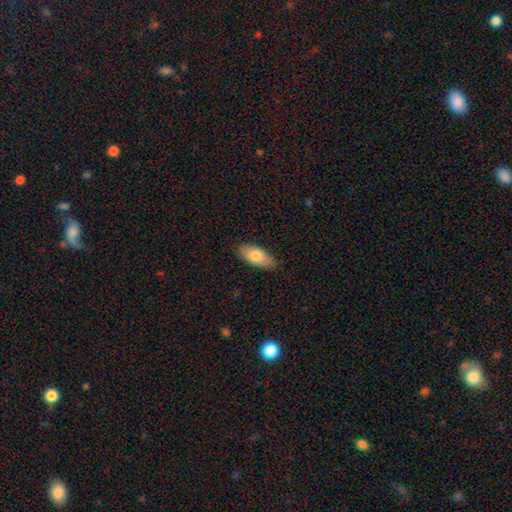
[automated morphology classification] smooth_or_featured: smooth (p=0.79) [alt: featured or disk p=0.15]
how_rounded: in between (p=0.86) [alt: cigar-shaped p=0.12]
merging: none (p=0.85) [alt: minor disturbance p=0.12]